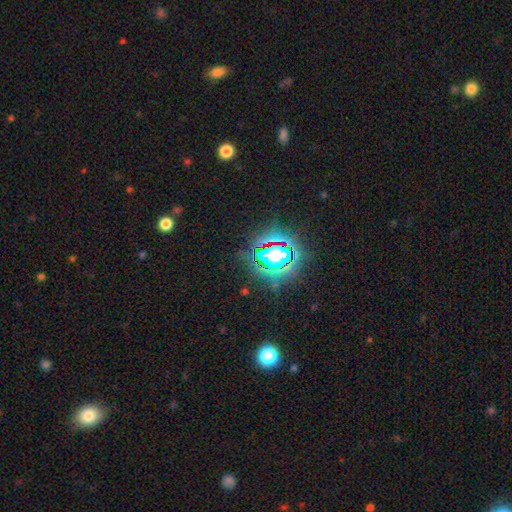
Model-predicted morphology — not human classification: smooth-or-featured: star or artifact: 81% | smooth: 12% | featured or disk: 8%